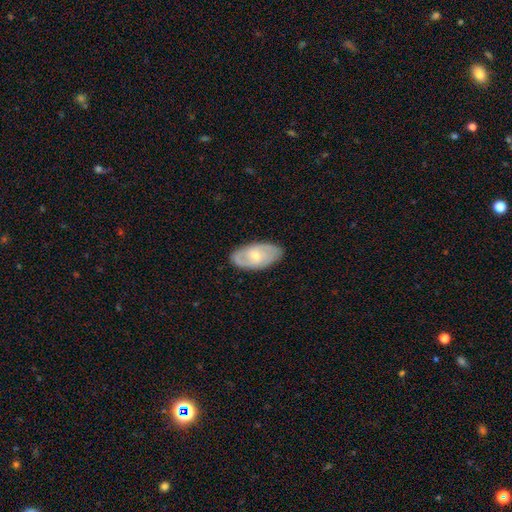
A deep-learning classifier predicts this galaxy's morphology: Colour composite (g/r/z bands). It shows a featured or disk galaxy (58%) with no bar (53%), spiral arms (70%) and a small central bulge (57%). Merging: none (84%).